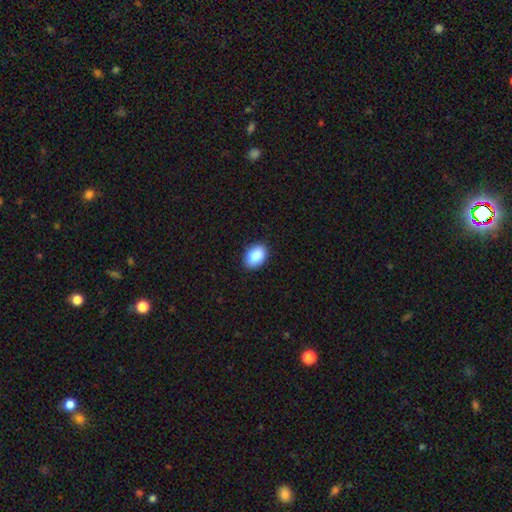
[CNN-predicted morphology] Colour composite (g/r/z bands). It shows a smooth galaxy with no disk features (89%) that is in between round and cigar-shaped (84%). Merging: none (88%).